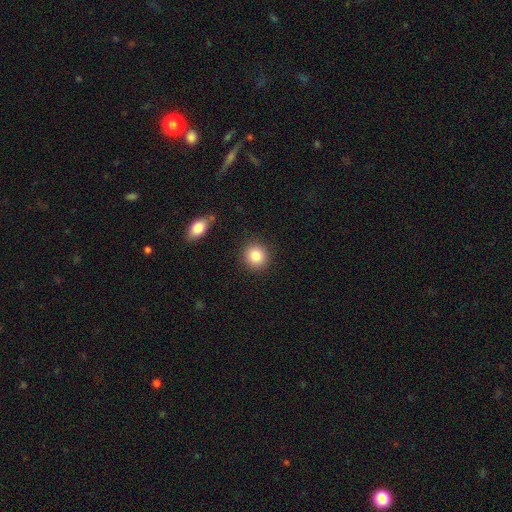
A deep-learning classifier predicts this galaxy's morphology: Overall: smooth (85%). How rounded: round (90%). Merging: none (90%).